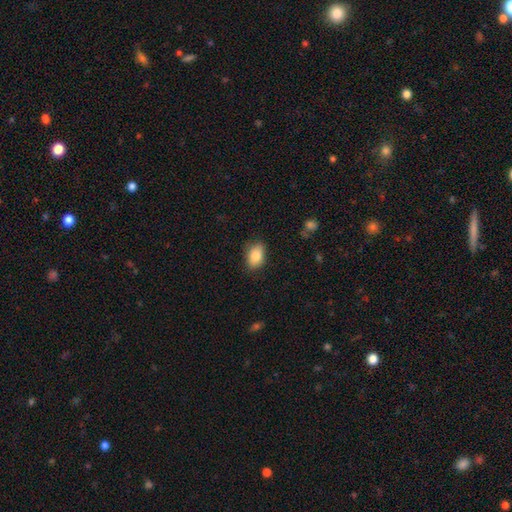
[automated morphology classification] smooth 86%, star or artifact 7%, featured or disk 7%. Down the decision tree: how rounded — in between (88%); merging — none (83%).